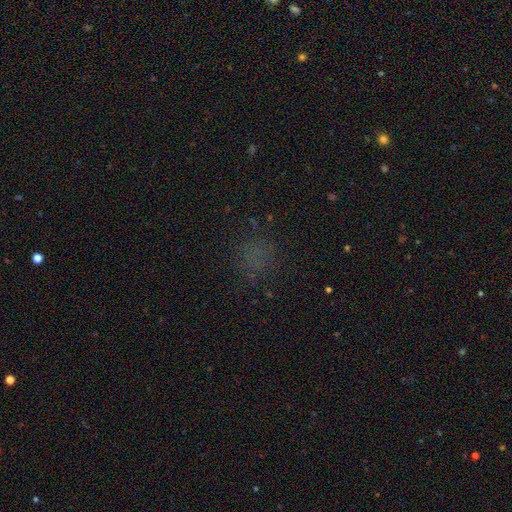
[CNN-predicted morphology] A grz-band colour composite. It shows a smooth galaxy with no disk features (55%) that is round (79%). Merging: none (75%).